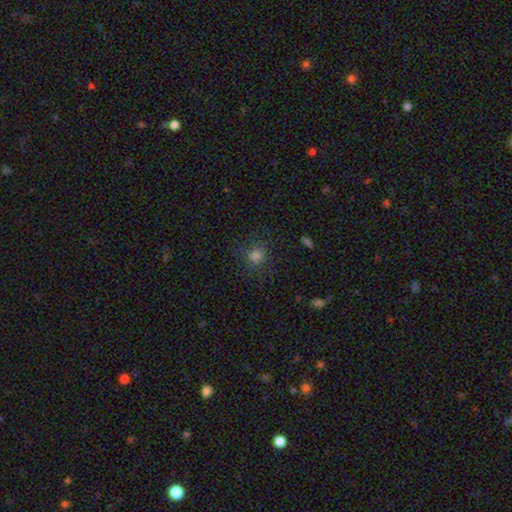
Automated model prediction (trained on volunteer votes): smooth 78%, star or artifact 17%, featured or disk 5%. Down the decision tree: how rounded — round (89%); merging — none (84%).